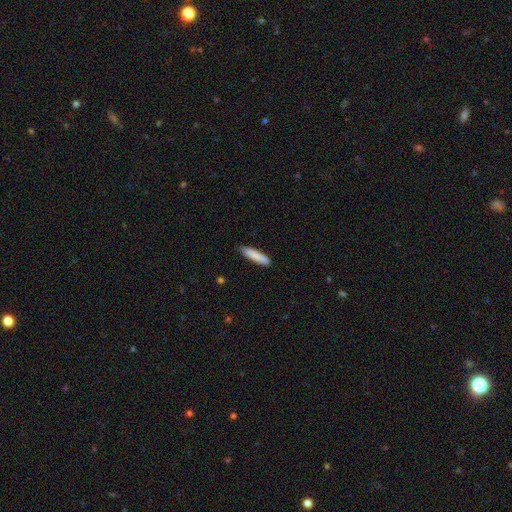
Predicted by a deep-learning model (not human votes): Morphology: type=smooth (86%); roundness=cigar-shaped (83%); merging=none (88%).